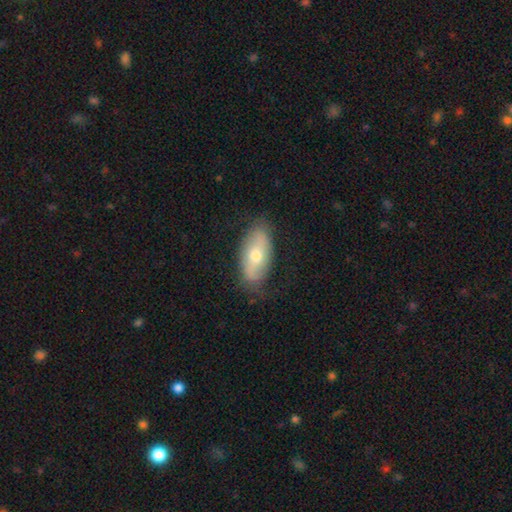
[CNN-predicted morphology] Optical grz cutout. It shows a smooth galaxy with no disk features (51%) that is in between round and cigar-shaped (88%). Merging: none (80%).